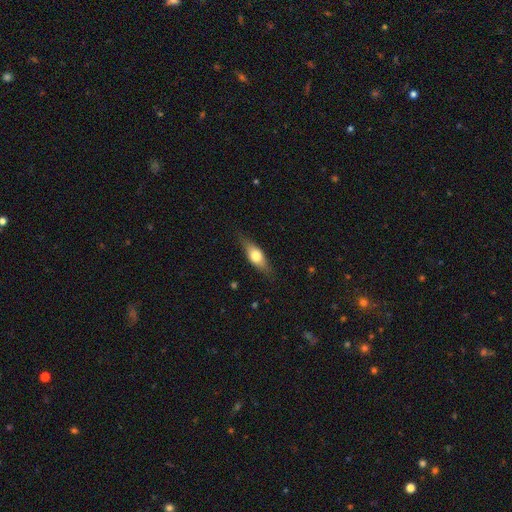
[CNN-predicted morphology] smooth 58%, featured or disk 35%, star or artifact 6%. Down the decision tree: how rounded — in between (67%); merging — none (80%).